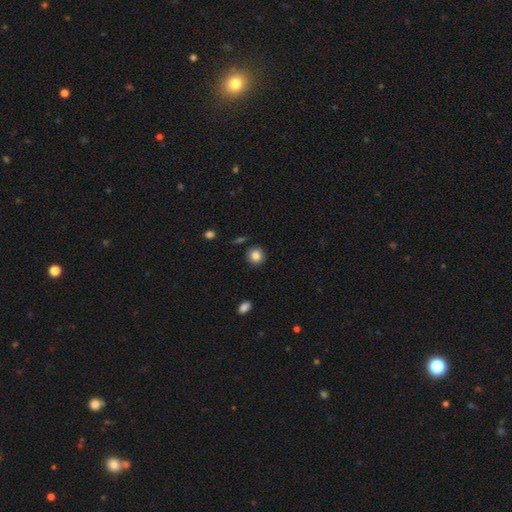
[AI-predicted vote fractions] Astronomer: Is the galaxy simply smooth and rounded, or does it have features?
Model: smooth — 84%.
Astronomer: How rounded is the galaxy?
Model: round — 91%.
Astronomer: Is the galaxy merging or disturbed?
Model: none — 88%.